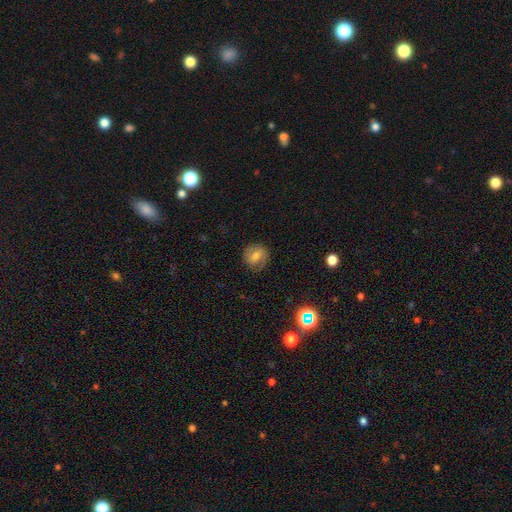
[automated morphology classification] Smooth or featured? Predicted: smooth (p=0.55). How rounded? Predicted: round (p=0.83). Merging? Predicted: none (p=0.82).